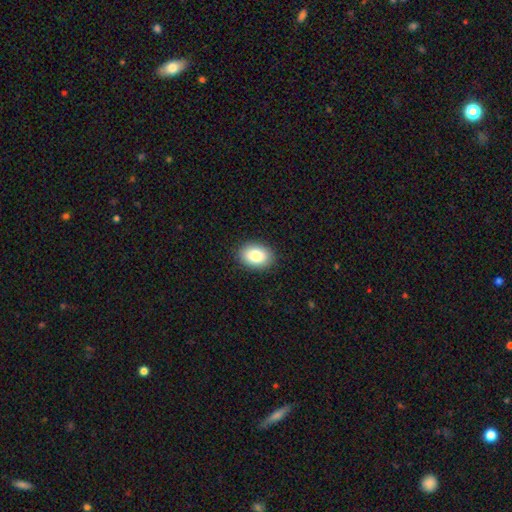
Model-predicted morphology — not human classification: A smooth galaxy with no disk features (83%) that is in between round and cigar-shaped (77%). Merging: none (89%).